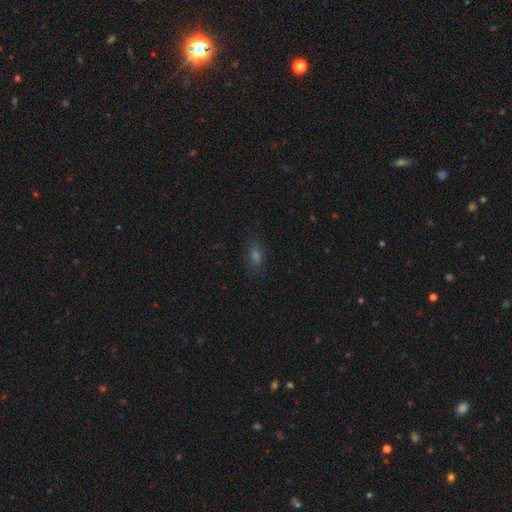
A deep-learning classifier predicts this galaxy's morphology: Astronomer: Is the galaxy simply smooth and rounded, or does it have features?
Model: smooth — 56%.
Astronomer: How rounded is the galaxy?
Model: in between — 76%.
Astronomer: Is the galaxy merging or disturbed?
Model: none — 82%.